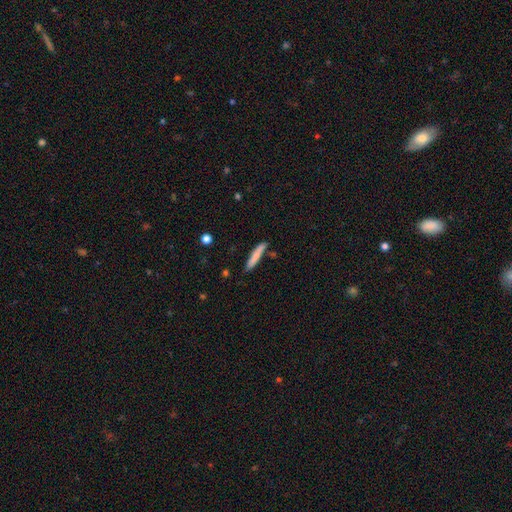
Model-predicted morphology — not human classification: smooth_or_featured: smooth (p=0.75) [alt: featured or disk p=0.19]
how_rounded: cigar-shaped (p=0.93) [alt: in between p=0.06]
merging: none (p=0.78) [alt: minor disturbance p=0.15]